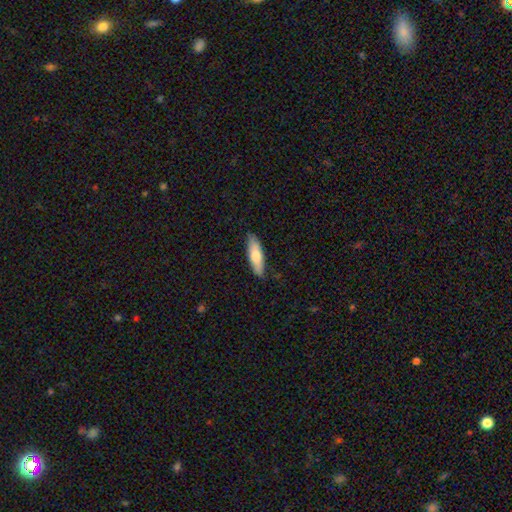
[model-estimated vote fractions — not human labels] smooth 73%, featured or disk 21%, star or artifact 5%. Down the decision tree: how rounded — cigar-shaped (57%); merging — none (85%).